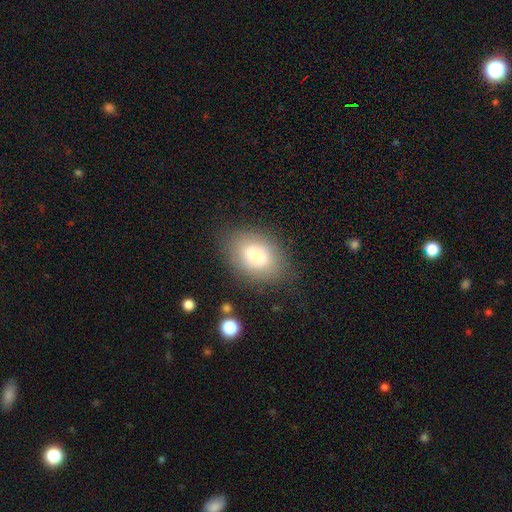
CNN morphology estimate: A smooth galaxy with no disk features (75%) that is in between round and cigar-shaped (85%). Merging: none (77%).